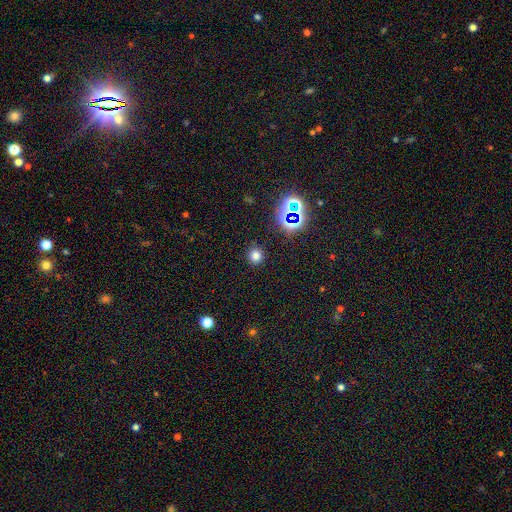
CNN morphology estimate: Smooth or featured? Predicted: smooth (p=0.71). How rounded? Predicted: round (p=0.92). Merging? Predicted: none (p=0.89).